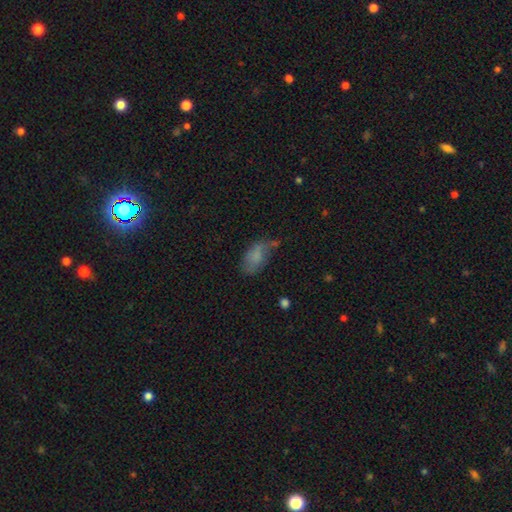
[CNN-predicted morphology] A smooth galaxy with no disk features (73%) that is in between round and cigar-shaped (92%).

Vote fractions:
- Smooth or featured? smooth: 73% / featured or disk: 17% / star or artifact: 10%
- How rounded? in between: 92% / round: 4% / cigar-shaped: 4%
- Merging? none: 47% / minor disturbance: 32% / major disturbance: 15% / merger: 6%